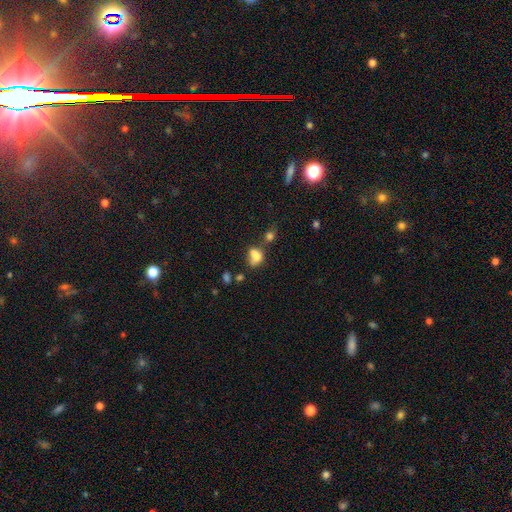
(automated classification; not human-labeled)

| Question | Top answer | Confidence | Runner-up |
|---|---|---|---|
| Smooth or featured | smooth | 72% | featured or disk (15%) |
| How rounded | in between | 62% | round (36%) |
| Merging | merger | 44% | none (28%) |